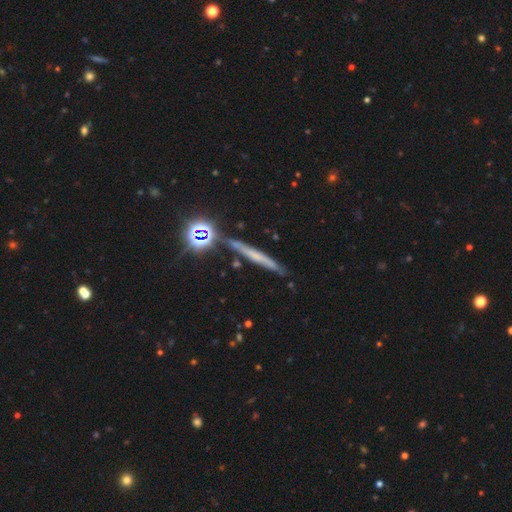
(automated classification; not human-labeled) This appears to be a featured or disk galaxy (39%, tied with smooth). Merging: none (81%).